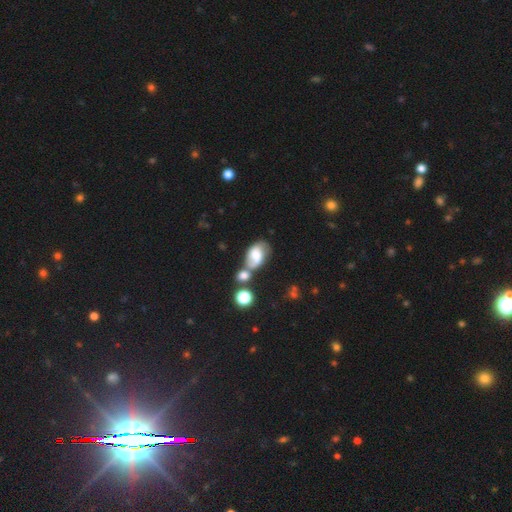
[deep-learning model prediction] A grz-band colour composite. It shows a smooth galaxy with no disk features (47%). Merging: merger (39%).